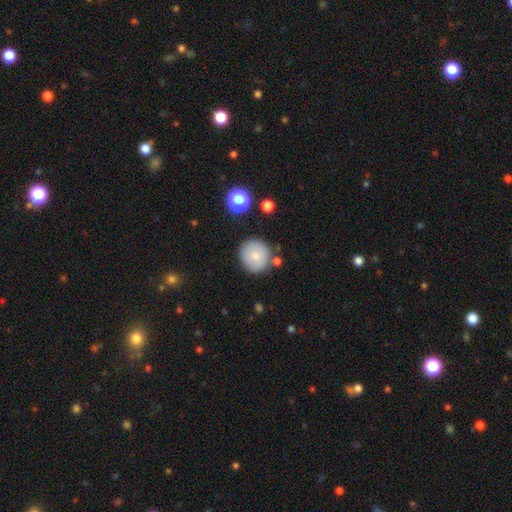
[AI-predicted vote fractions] smooth_or_featured: smooth (p=0.80) [alt: featured or disk p=0.11]
how_rounded: round (p=0.93) [alt: in between p=0.06]
merging: none (p=0.81) [alt: minor disturbance p=0.11]